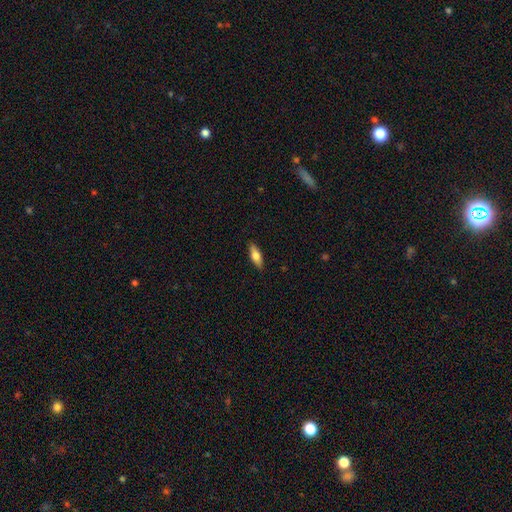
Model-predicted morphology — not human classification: A smooth galaxy with no disk features (68%) that is in between round and cigar-shaped (64%). Merging: none (88%).